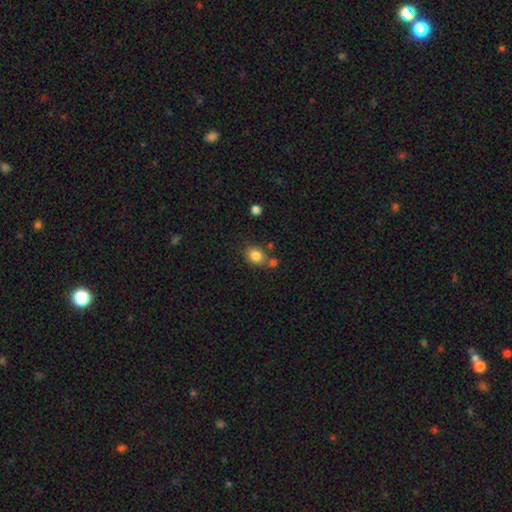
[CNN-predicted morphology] smooth_or_featured: smooth (p=0.83) [alt: star or artifact p=0.10]
how_rounded: in between (p=0.50) [alt: round p=0.49]
merging: none (p=0.65) [alt: merger p=0.18]